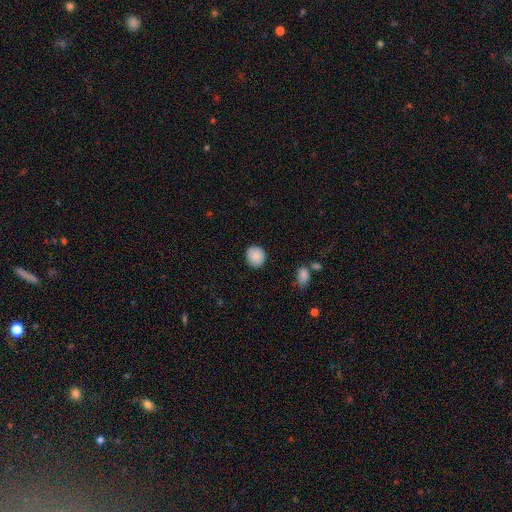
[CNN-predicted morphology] type=smooth (88%); roundness=round (83%); merging=none (88%).